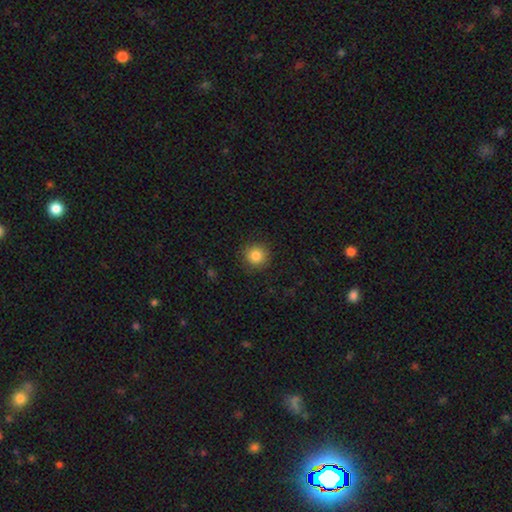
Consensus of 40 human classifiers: This appears to be a smooth galaxy with no disk features (90%) that is round (97%). Merging: none (84%).